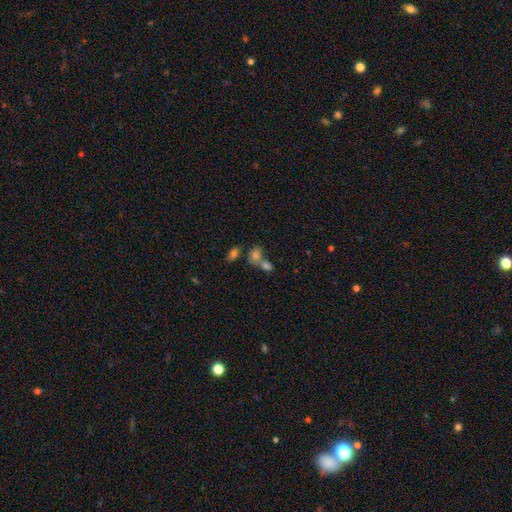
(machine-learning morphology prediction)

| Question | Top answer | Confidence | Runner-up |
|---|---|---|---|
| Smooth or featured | smooth | 67% | star or artifact (19%) |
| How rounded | in between | 72% | round (25%) |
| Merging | merger | 50% | none (35%) |